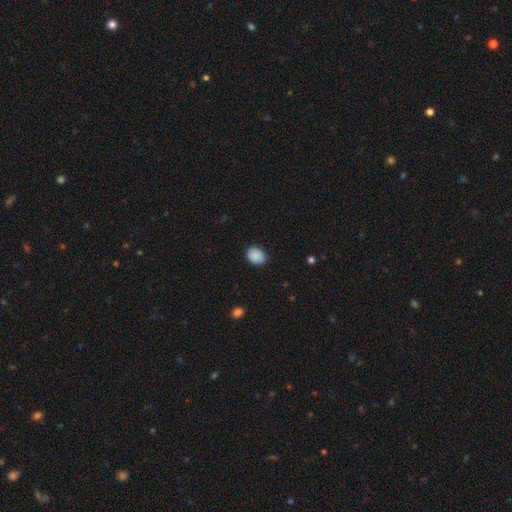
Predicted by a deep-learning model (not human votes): smooth_or_featured: smooth (p=0.89) [alt: star or artifact p=0.07]
how_rounded: in between (p=0.59) [alt: round p=0.40]
merging: none (p=0.85) [alt: minor disturbance p=0.11]